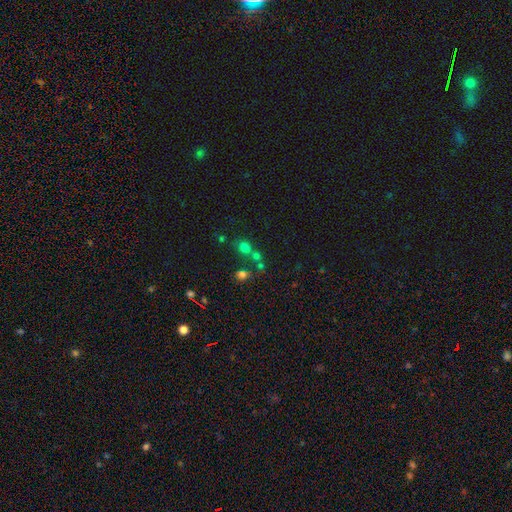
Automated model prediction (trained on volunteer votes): Morphology: type=smooth (64%); roundness=round (79%); merging=none (55%).